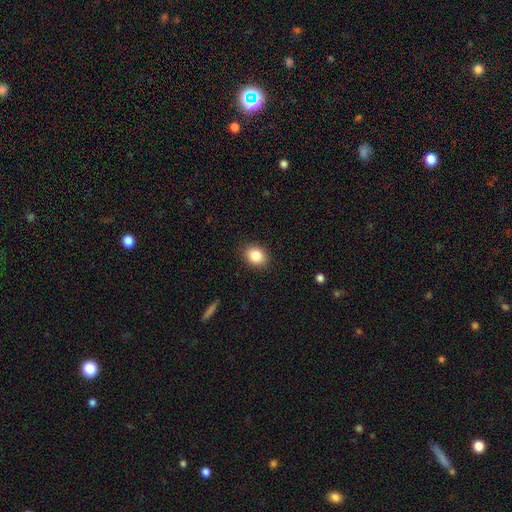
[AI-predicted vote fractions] Overall: smooth (85%). How rounded: in between (57%; round 42%). Merging: none (88%).